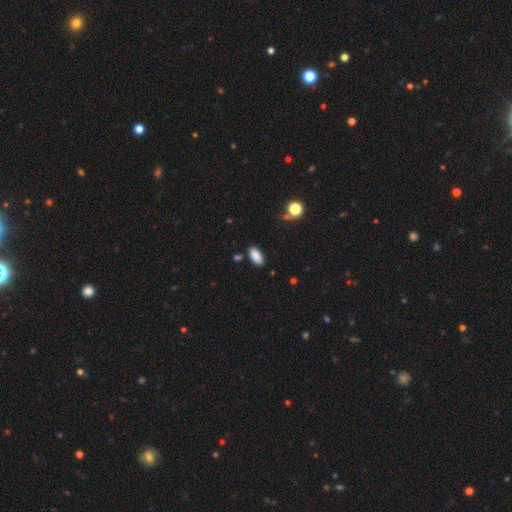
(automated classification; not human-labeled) Smooth or featured? Predicted: smooth (p=0.88). How rounded? Predicted: in between (p=0.92). Merging? Predicted: none (p=0.85).